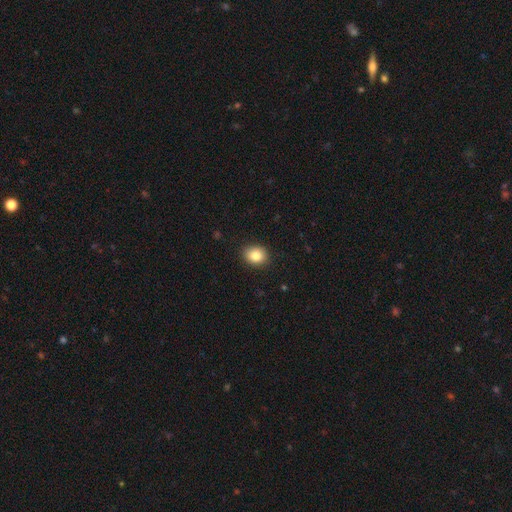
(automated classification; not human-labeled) smooth-or-featured: smooth: 83% | star or artifact: 10% | featured or disk: 7%
  how-rounded: round: 55% | in between: 44% | cigar-shaped: 1%
  merging: none: 89% | minor disturbance: 8% | major disturbance: 2% | merger: 1%